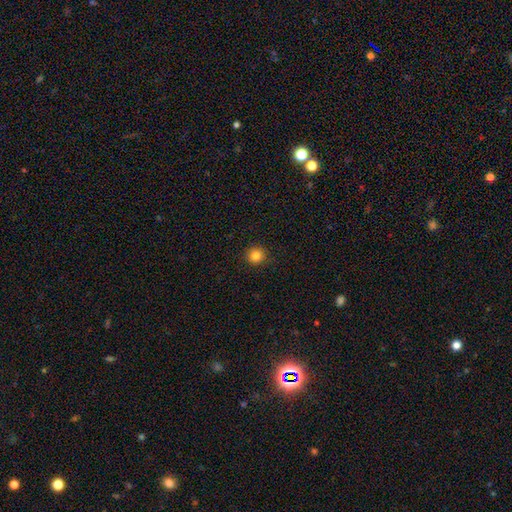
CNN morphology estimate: Smooth or featured? smooth (83%)
How rounded? round (93%)
Merging? none (91%)